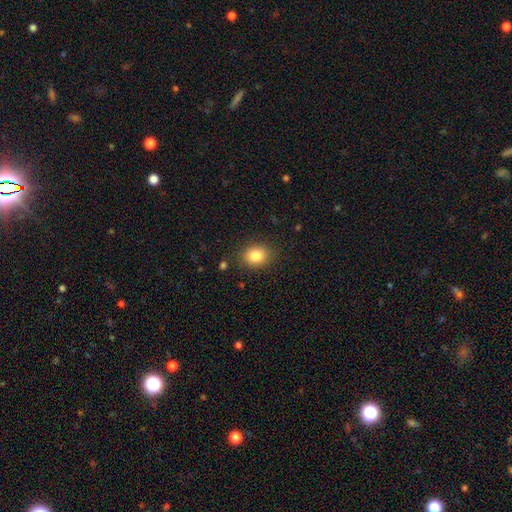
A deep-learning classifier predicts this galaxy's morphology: The model was most divided on "how rounded": round: 50%, in between: 49%, cigar-shaped: 1%. More confident: merging — none (86%); smooth or featured — smooth (83%).